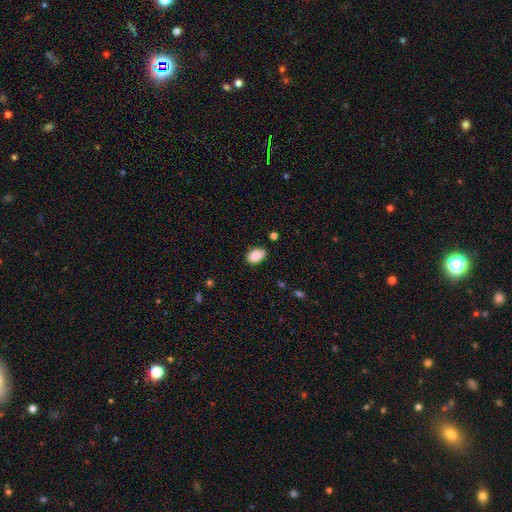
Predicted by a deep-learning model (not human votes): The model was most divided on "merging": none: 79%, minor disturbance: 17%, major disturbance: 3%, merger: 2%. More confident: how rounded — in between (85%); smooth or featured — smooth (84%).